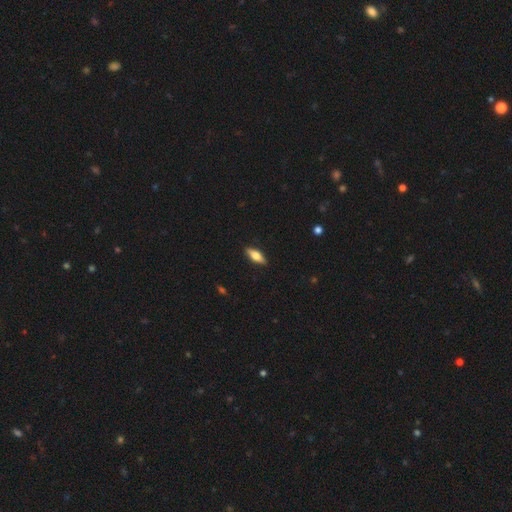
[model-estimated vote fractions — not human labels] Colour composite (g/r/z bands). It shows a smooth galaxy with no disk features (56%) that is in between round and cigar-shaped (64%). Merging: none (89%).